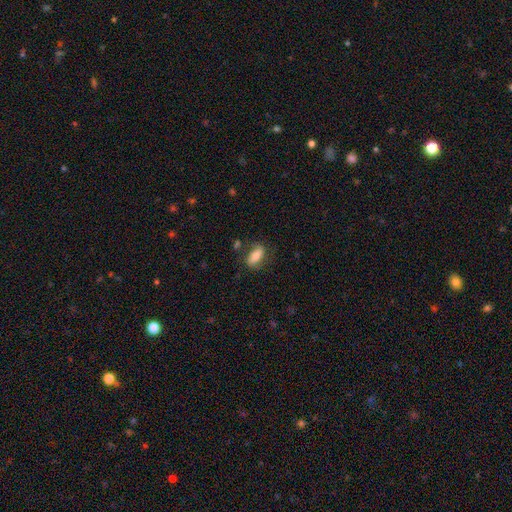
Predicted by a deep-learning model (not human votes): Morphology: type=smooth (69%); roundness=in between (79%); merging=none (70%).